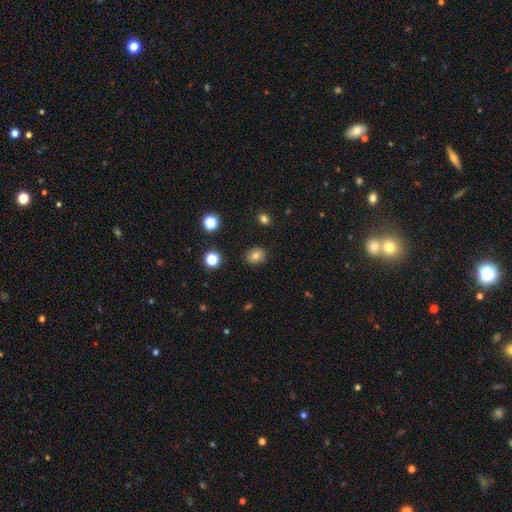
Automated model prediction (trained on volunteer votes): This is likely a smooth galaxy (76%). How rounded: likely round (60%). Merging: clearly none (86%).